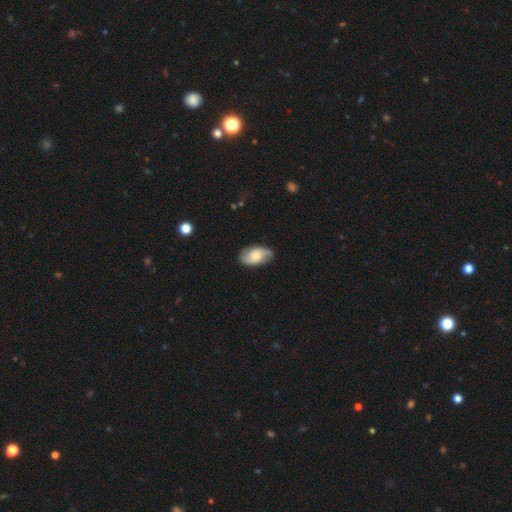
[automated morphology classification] Smooth or featured: featured or disk — 60% (smooth — 33%)
Edge-on disk: no — 95% (yes — 5%)
Bar: no — 62% (weak — 32%)
Spiral arms: yes — 92% (no — 8%)
Spiral winding: medium — 42% (loose — 37%)
Spiral arm count: 2 — 87% (can't tell — 6%)
Bulge size: moderate — 35% (large — 27%)
Merging: none — 80% (minor disturbance — 15%)